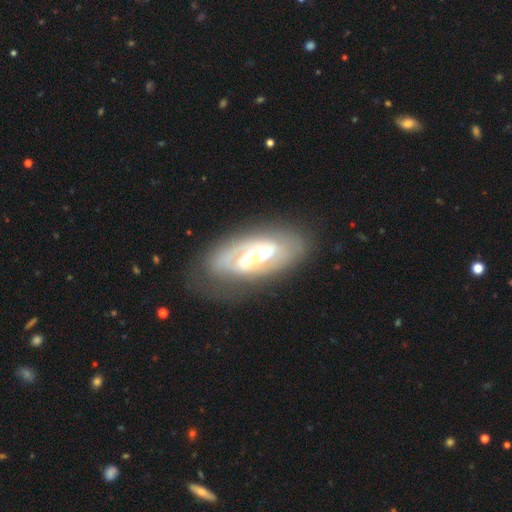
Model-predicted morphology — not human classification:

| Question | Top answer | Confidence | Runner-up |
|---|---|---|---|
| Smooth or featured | featured or disk | 82% | smooth (12%) |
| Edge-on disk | no | 92% | yes (8%) |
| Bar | strong | 54% | weak (29%) |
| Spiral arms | yes | 85% | no (15%) |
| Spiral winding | tight | 47% | medium (38%) |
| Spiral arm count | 2 | 66% | can't tell (14%) |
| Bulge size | moderate | 39% | large (37%) |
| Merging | none | 65% | minor disturbance (20%) |